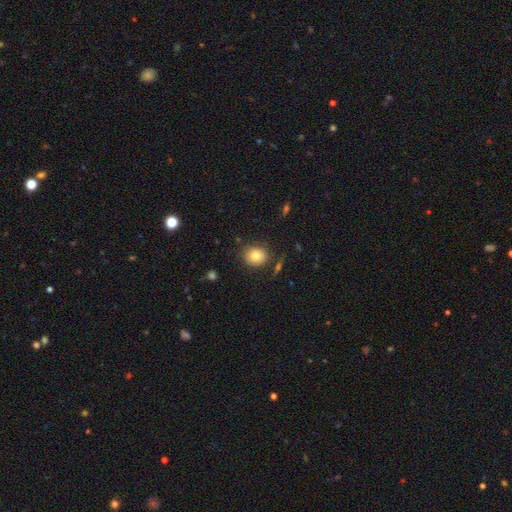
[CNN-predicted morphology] smooth_or_featured: smooth (p=0.81) [alt: star or artifact p=0.10]
how_rounded: round (p=0.74) [alt: in between p=0.25]
merging: none (p=0.83) [alt: minor disturbance p=0.11]